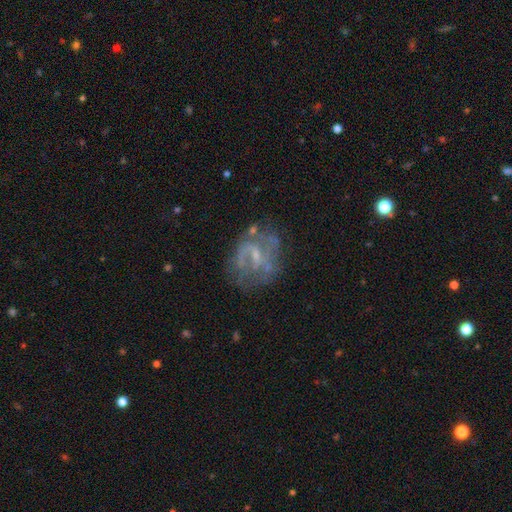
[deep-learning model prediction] The model was most divided on "spiral winding": medium: 46%, loose: 29%, tight: 26%. More confident: edge-on disk — no (98%); smooth or featured — featured or disk (77%); spiral arms — yes (73%); bulge size — small (59%); merging — none (58%); spiral arm count — 2 (56%); bar — weak (54%).